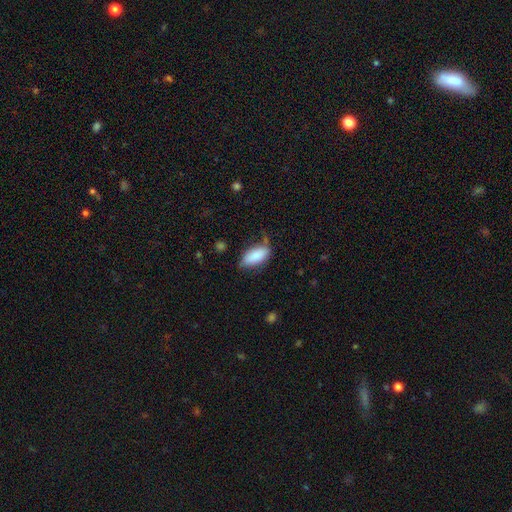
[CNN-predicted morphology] smooth_or_featured: smooth (p=0.83) [alt: featured or disk p=0.10]
how_rounded: in between (p=0.89) [alt: cigar-shaped p=0.08]
merging: none (p=0.66) [alt: minor disturbance p=0.25]